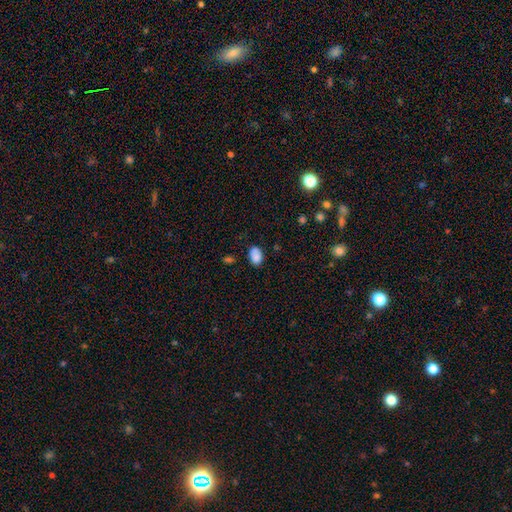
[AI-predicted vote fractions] Smooth or featured? smooth (84%)
How rounded? in between (83%)
Merging? none (70%)